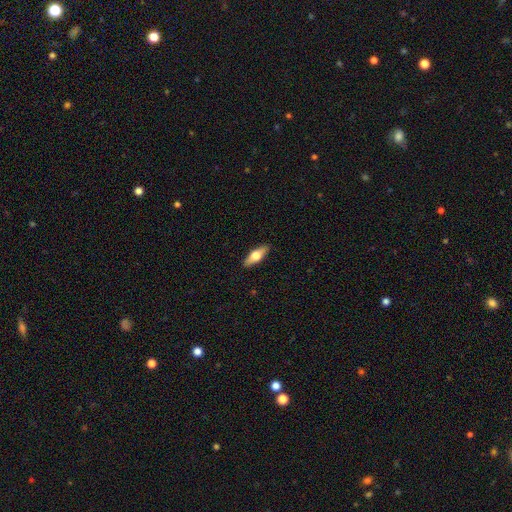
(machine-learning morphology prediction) This appears to be a smooth galaxy with no disk features (51%) that is in between round and cigar-shaped (60%). Merging: none (89%).